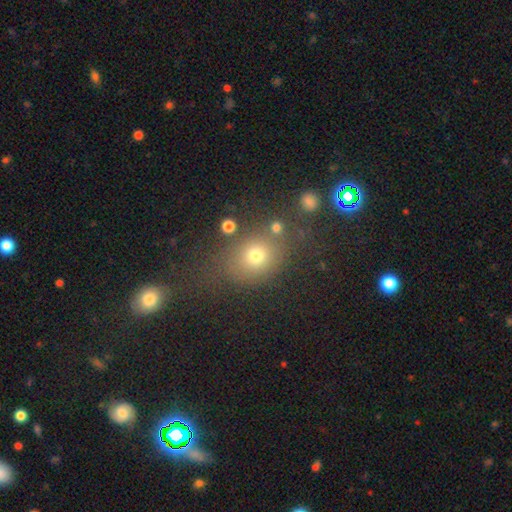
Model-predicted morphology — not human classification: smooth-or-featured: smooth: 70% | star or artifact: 18% | featured or disk: 12%
  how-rounded: round: 53% | in between: 45% | cigar-shaped: 2%
  merging: none: 68% | minor disturbance: 15% | major disturbance: 9% | merger: 9%